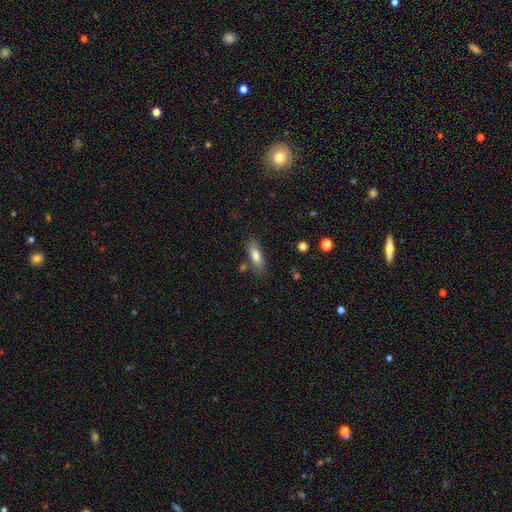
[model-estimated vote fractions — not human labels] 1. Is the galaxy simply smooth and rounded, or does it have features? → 76% smooth, 17% featured or disk, 7% star or artifact.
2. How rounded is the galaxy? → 57% in between, 40% cigar-shaped, 2% round.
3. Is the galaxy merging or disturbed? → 78% none, 14% minor disturbance, 5% merger, 3% major disturbance.